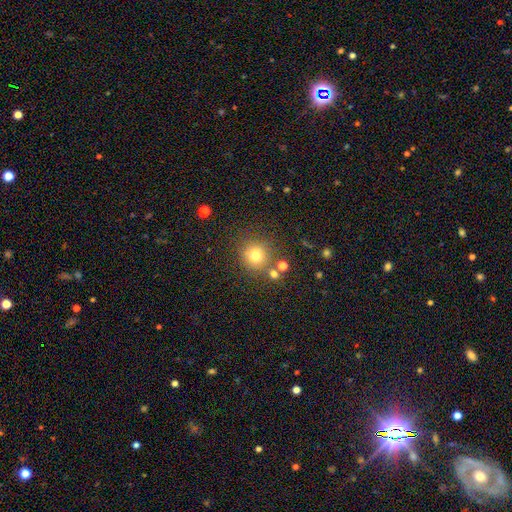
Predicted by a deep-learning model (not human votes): smooth_or_featured: smooth (p=0.75) [alt: star or artifact p=0.16]
how_rounded: round (p=0.91) [alt: in between p=0.08]
merging: none (p=0.76) [alt: minor disturbance p=0.11]